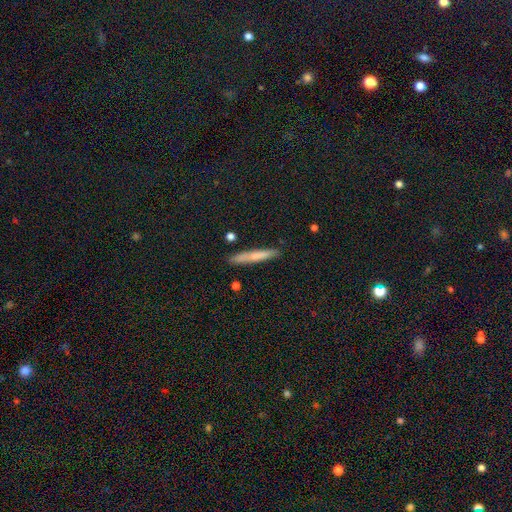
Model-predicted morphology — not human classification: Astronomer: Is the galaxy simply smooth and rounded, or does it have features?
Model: smooth — 67%.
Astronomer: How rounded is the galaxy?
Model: cigar-shaped — 93%.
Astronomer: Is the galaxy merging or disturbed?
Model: none — 89%.